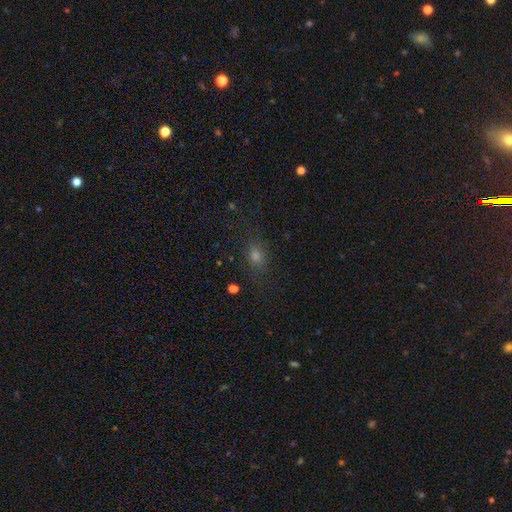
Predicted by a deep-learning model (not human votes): The model was most divided on "how rounded": in between: 59%, round: 35%, cigar-shaped: 6%. More confident: merging — none (76%); smooth or featured — smooth (61%).